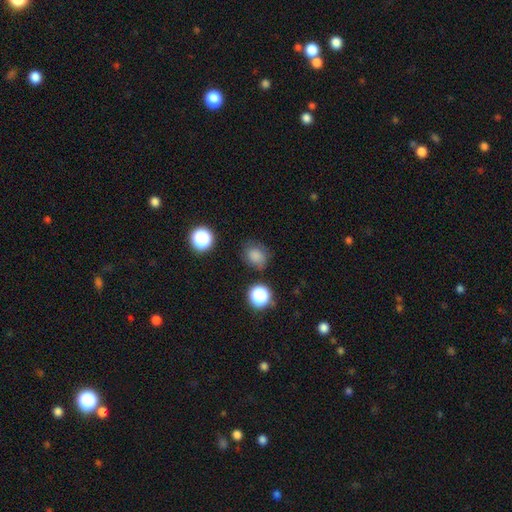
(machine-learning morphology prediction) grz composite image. It shows a smooth galaxy with no disk features (80%) that is round (59%). Merging: none (73%).